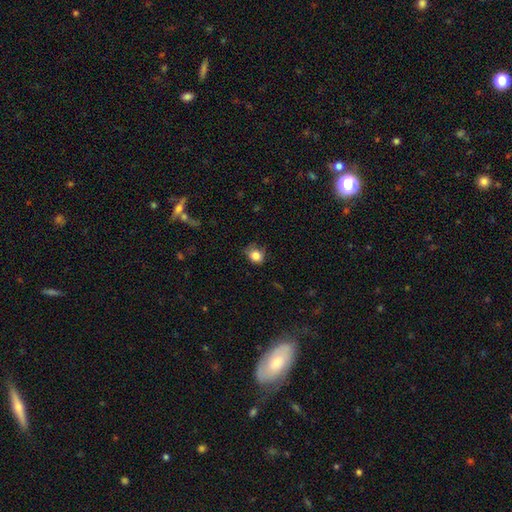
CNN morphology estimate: smooth 83%, star or artifact 10%, featured or disk 7%. Down the decision tree: how rounded — round (64%); merging — none (62%).